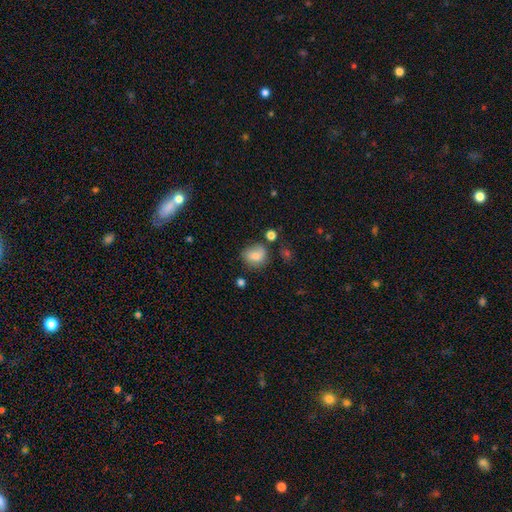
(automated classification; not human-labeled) This is likely a smooth galaxy (77%). How rounded: likely round (67%). Merging: likely none (61%).